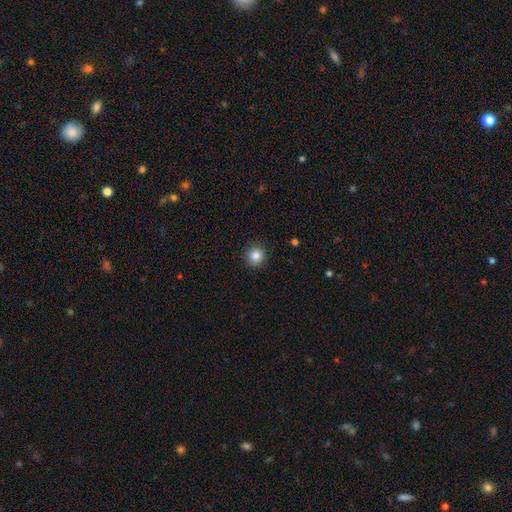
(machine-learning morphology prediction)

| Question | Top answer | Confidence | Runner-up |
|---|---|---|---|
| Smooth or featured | smooth | 85% | star or artifact (10%) |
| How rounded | round | 91% | in between (8%) |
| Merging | none | 90% | minor disturbance (7%) |